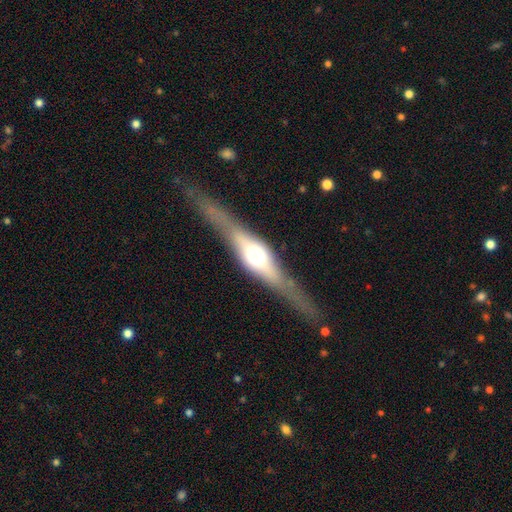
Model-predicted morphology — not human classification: featured or disk 72%, smooth 22%, star or artifact 6%. Down the decision tree: edge-on disk — yes (93%); edge-on bulge — rounded (93%); merging — none (81%).